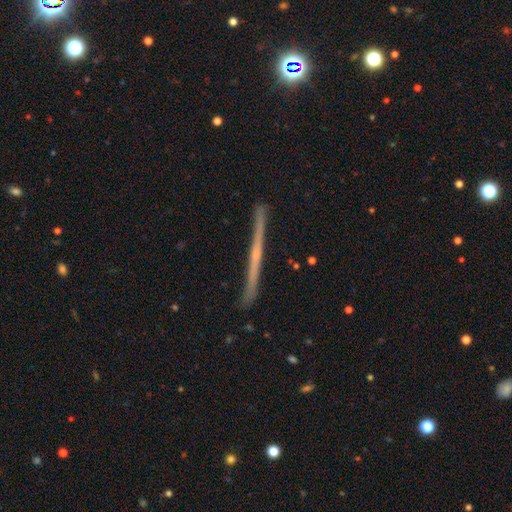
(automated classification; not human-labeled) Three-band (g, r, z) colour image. It shows a featured or disk galaxy (70%) viewed edge-on (98%) with no central bulge (70%). Merging: none (90%).